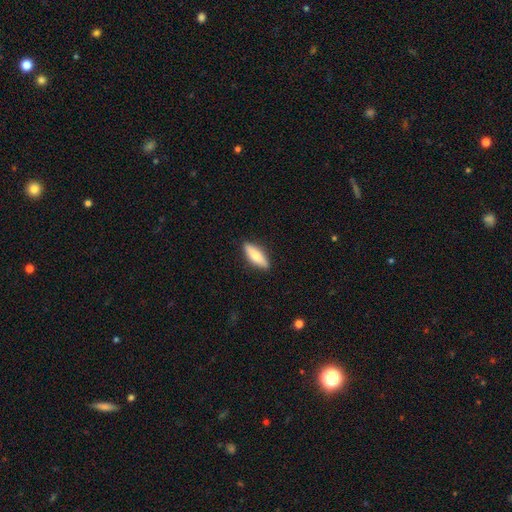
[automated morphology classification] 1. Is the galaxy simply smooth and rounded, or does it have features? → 71% smooth, 24% featured or disk, 6% star or artifact.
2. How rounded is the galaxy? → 50% cigar-shaped, 48% in between, 2% round.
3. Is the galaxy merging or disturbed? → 89% none, 9% minor disturbance, 2% major disturbance, 1% merger.